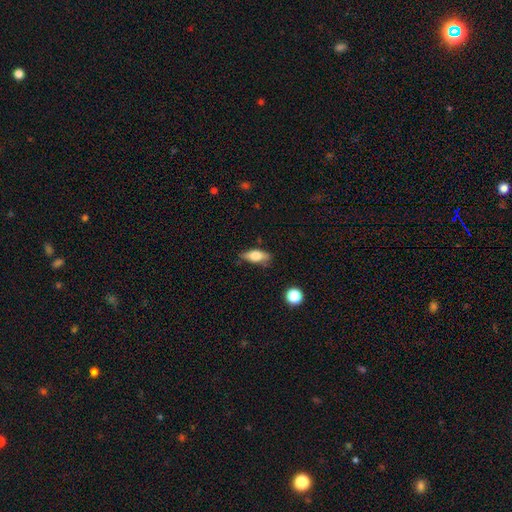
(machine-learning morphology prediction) Overall: smooth (70%). How rounded: in between (74%). Merging: none (76%).